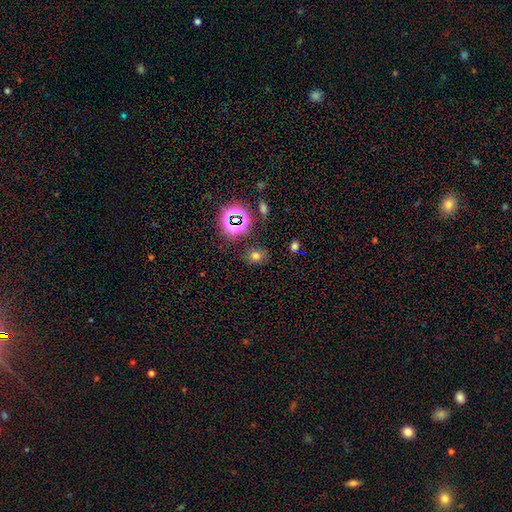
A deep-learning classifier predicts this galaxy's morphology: smooth-or-featured: smooth: 62% | star or artifact: 30% | featured or disk: 8%
  how-rounded: round: 53% | in between: 46% | cigar-shaped: 1%
  merging: none: 76% | minor disturbance: 14% | major disturbance: 5% | merger: 4%